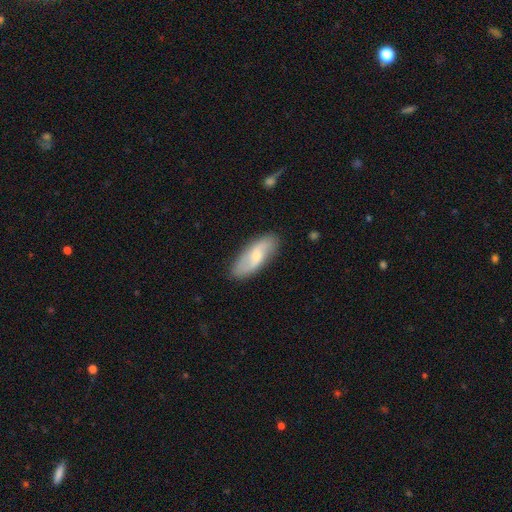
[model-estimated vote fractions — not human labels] featured or disk 54%, smooth 41%, star or artifact 6%. Down the decision tree: edge-on disk — no (89%); merging — none (85%).